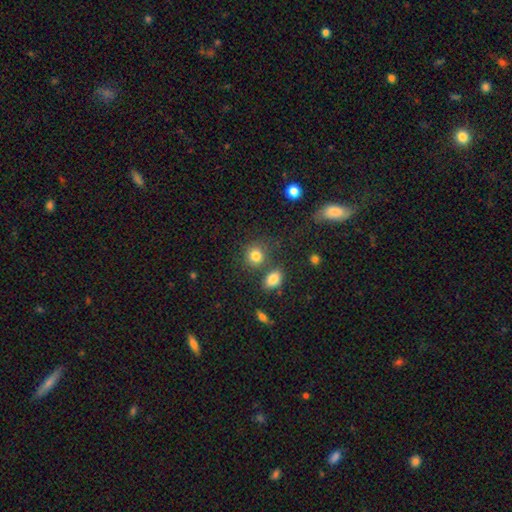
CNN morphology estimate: smooth 81%, star or artifact 11%, featured or disk 7%. Down the decision tree: how rounded — round (78%); merging — none (71%).